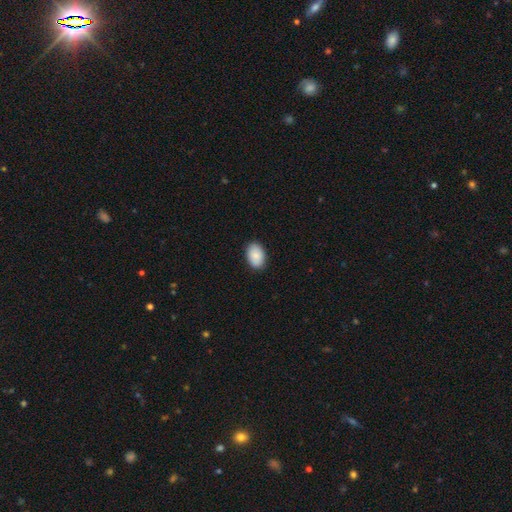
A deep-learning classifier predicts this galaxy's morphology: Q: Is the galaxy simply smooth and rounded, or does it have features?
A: smooth — 89%.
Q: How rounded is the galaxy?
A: in between — 89%.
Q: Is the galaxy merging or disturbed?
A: none — 88%.